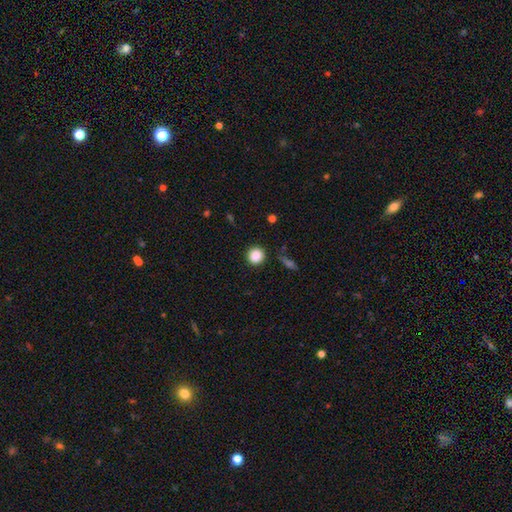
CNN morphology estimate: smooth 87%, star or artifact 9%, featured or disk 4%. Down the decision tree: how rounded — round (91%); merging — none (88%).